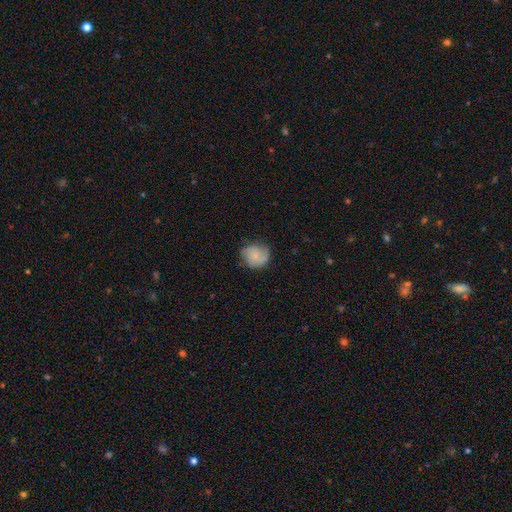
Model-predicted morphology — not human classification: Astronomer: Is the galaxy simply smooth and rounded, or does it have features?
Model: smooth — 58% (runner-up: featured or disk, 35%).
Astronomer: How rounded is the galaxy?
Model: round — 80%.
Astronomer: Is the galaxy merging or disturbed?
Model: none — 70%.